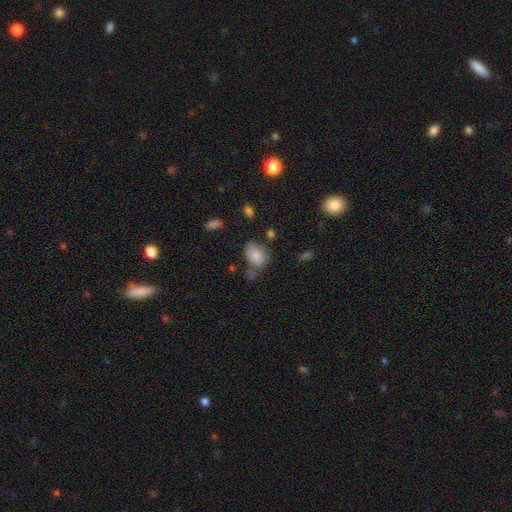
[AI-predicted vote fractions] The model was most divided on "merging": none: 45%, minor disturbance: 28%, major disturbance: 13%, merger: 13%. More confident: smooth or featured — smooth (81%); how rounded — in between (72%).